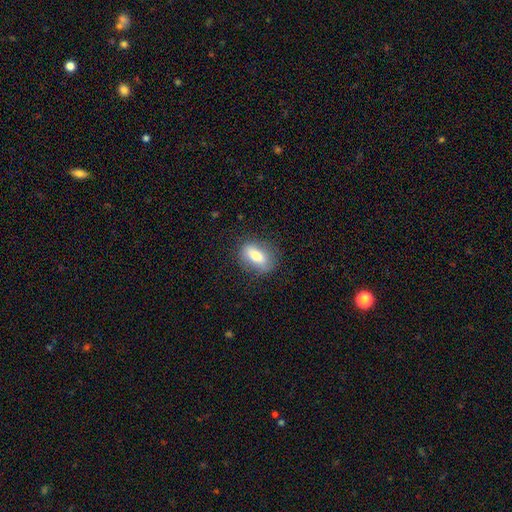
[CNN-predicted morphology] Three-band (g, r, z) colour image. It shows a smooth galaxy with no disk features (75%) that is in between round and cigar-shaped (80%). Merging: none (79%).